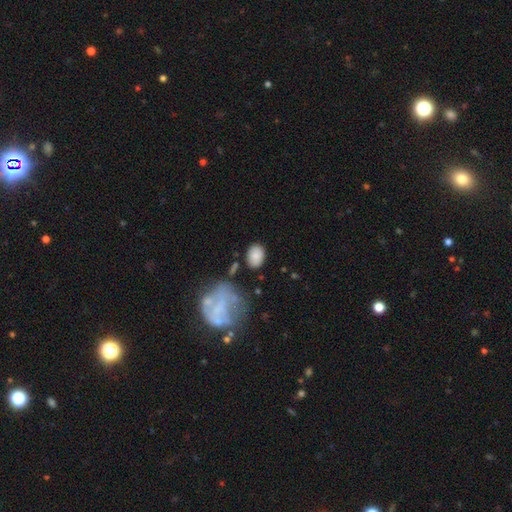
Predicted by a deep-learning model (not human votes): smooth-or-featured: smooth: 82% | featured or disk: 10% | star or artifact: 8%
  how-rounded: in between: 71% | round: 27% | cigar-shaped: 1%
  merging: none: 73% | minor disturbance: 16% | major disturbance: 6% | merger: 5%